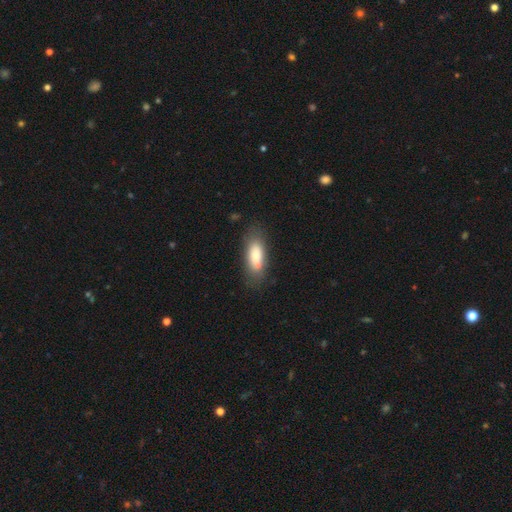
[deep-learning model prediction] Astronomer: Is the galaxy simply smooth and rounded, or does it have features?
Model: smooth — 77%.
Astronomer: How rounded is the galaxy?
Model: in between — 75%.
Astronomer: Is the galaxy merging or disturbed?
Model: none — 66%.